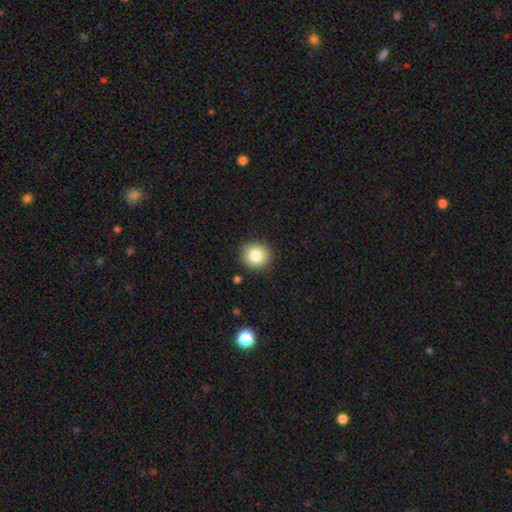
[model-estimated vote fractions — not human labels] smooth 82%, star or artifact 10%, featured or disk 8%. Down the decision tree: how rounded — round (91%); merging — none (90%).